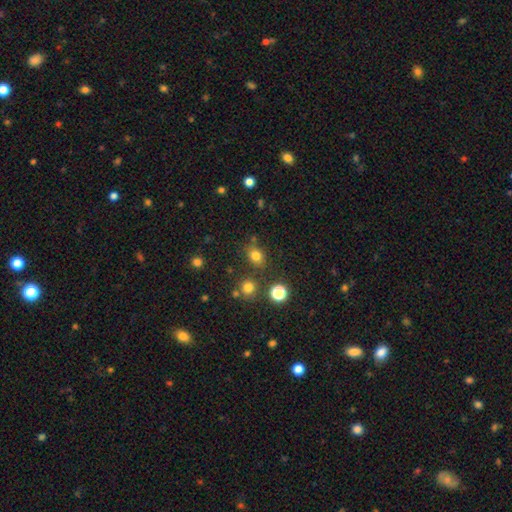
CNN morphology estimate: Smooth or featured: smooth — 77% (star or artifact — 17%)
How rounded: round — 54% (in between — 45%)
Merging: none — 75% (minor disturbance — 13%)